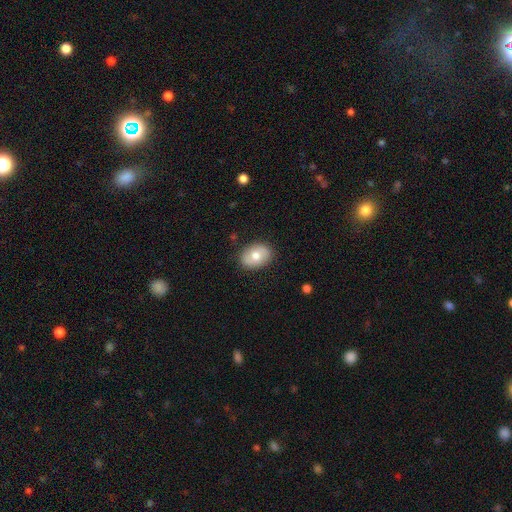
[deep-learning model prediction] The model was most divided on "how rounded": in between: 72%, round: 27%, cigar-shaped: 1%. More confident: merging — none (86%); smooth or featured — smooth (72%).